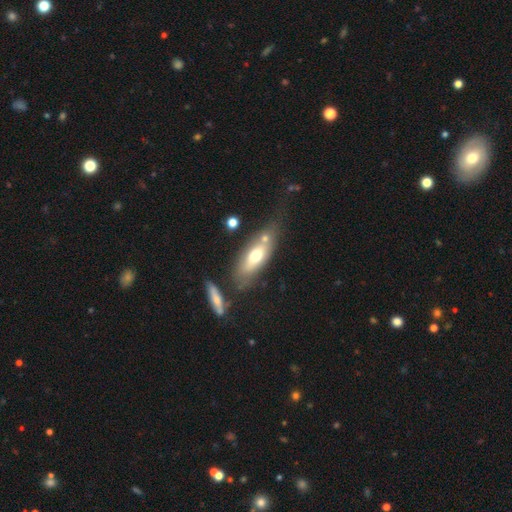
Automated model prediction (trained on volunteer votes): smooth 61%, featured or disk 31%, star or artifact 7%. Down the decision tree: how rounded — in between (67%); merging — none (53%).